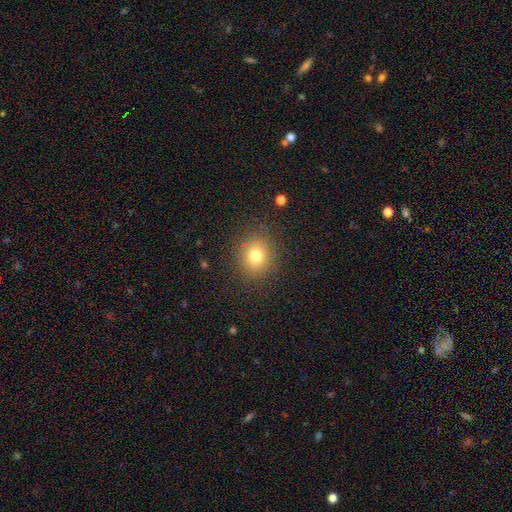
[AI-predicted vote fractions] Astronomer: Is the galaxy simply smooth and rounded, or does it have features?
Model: smooth — 76%.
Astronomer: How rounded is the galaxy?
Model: round — 76%.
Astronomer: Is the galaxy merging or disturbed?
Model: none — 87%.